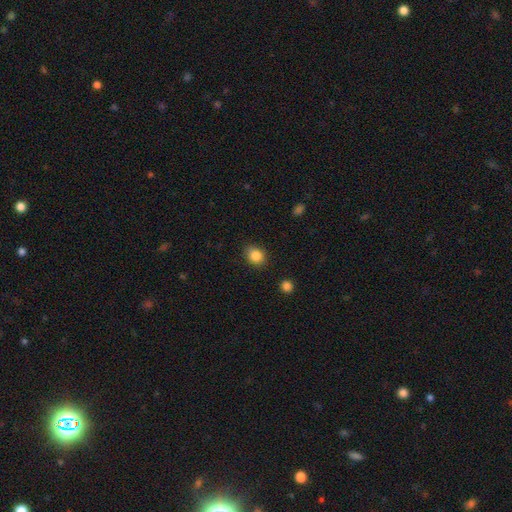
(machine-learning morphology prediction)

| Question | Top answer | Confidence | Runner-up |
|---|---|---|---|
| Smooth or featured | smooth | 85% | star or artifact (10%) |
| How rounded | round | 54% | in between (45%) |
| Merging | none | 85% | minor disturbance (11%) |